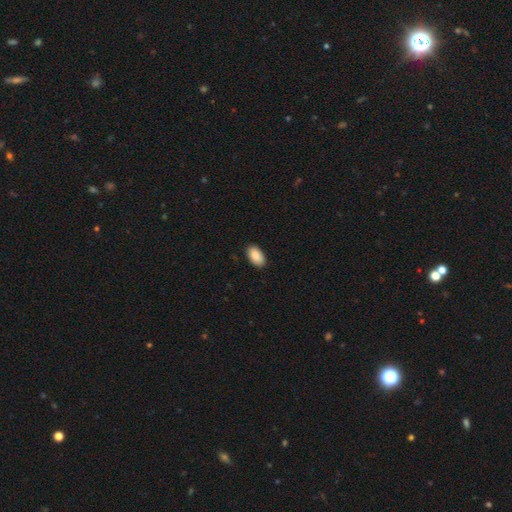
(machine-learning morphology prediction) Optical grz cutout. It shows a smooth galaxy with no disk features (89%) that is in between round and cigar-shaped (95%). Merging: none (89%).